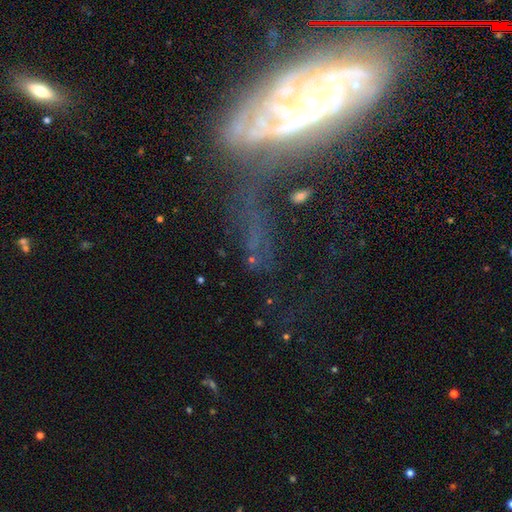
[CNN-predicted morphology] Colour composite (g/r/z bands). It shows a featured or disk galaxy (50%). Merging: none (45%).